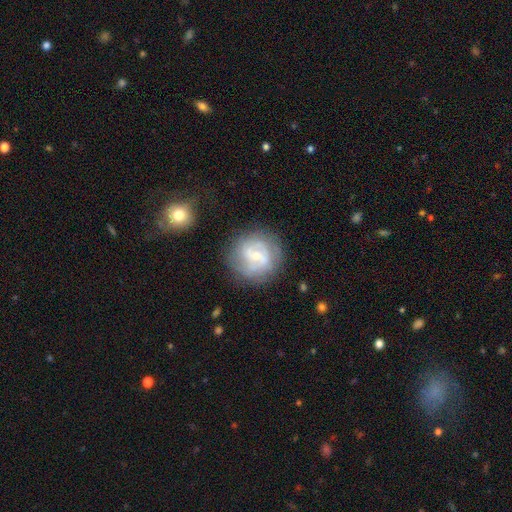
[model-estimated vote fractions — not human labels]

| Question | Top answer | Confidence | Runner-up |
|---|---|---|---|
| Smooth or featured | featured or disk | 65% | smooth (27%) |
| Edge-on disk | no | 97% | yes (3%) |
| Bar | weak | 49% | no (36%) |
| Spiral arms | yes | 82% | no (18%) |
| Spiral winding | medium | 40% | tight (39%) |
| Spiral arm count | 2 | 49% | can't tell (30%) |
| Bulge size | small | 61% | moderate (32%) |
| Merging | none | 75% | minor disturbance (15%) |